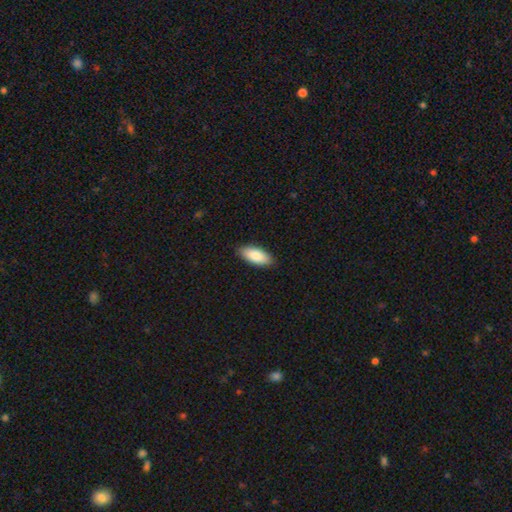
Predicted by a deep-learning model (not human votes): Morphology: type=smooth (86%); roundness=in between (86%); merging=none (89%).